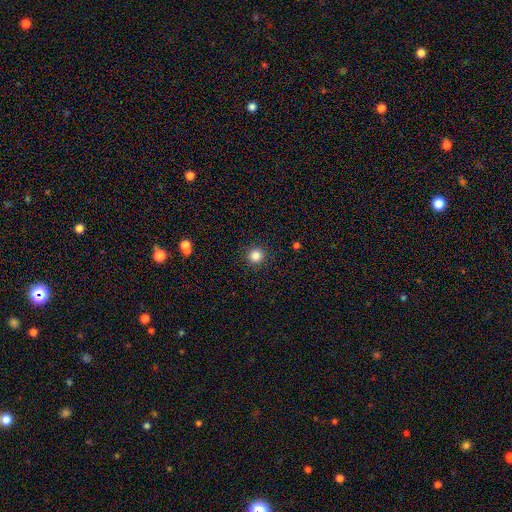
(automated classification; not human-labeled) smooth 85%, star or artifact 11%, featured or disk 4%. Down the decision tree: how rounded — round (95%); merging — none (92%).